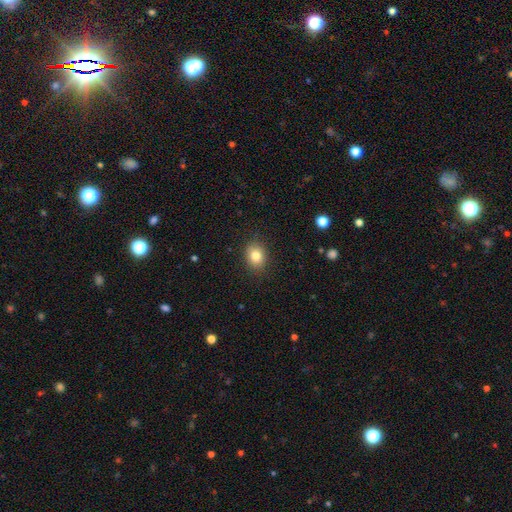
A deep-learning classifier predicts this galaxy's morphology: Smooth or featured: smooth — 82% (star or artifact — 10%)
How rounded: in between — 51% (round — 48%)
Merging: none — 88% (minor disturbance — 9%)